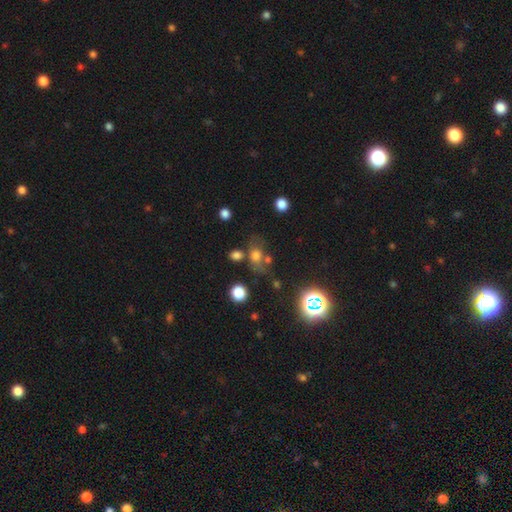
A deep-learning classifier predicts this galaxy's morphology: Q: Smooth or featured?
A: smooth (64%); runner-up: star or artifact (21%)
Q: How rounded?
A: in between (58%); runner-up: round (39%)
Q: Merging?
A: none (54%); runner-up: minor disturbance (18%)